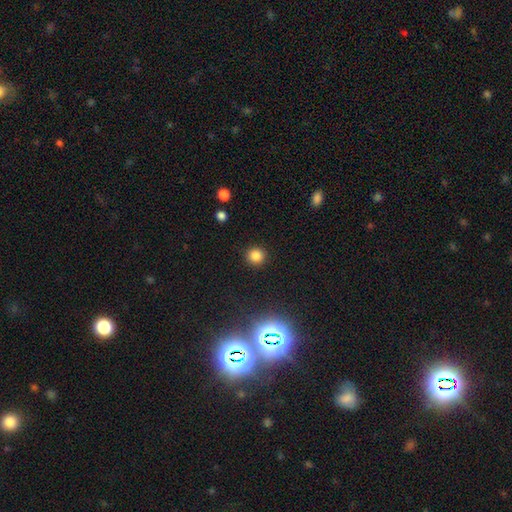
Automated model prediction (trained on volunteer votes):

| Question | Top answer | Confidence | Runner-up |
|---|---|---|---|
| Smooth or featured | smooth | 81% | star or artifact (15%) |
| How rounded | round | 92% | in between (6%) |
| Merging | none | 91% | minor disturbance (5%) |